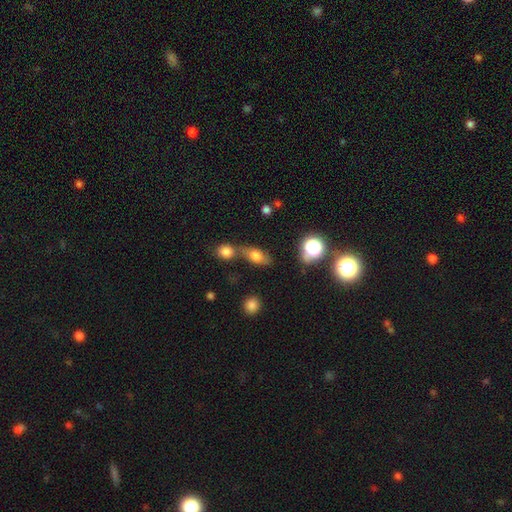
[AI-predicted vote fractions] smooth-or-featured: smooth: 71% | featured or disk: 16% | star or artifact: 13%
  how-rounded: in between: 78% | round: 13% | cigar-shaped: 10%
  merging: none: 48% | merger: 32% | minor disturbance: 13% | major disturbance: 6%